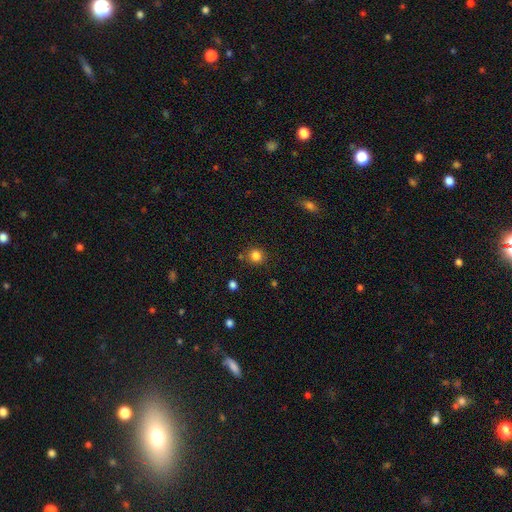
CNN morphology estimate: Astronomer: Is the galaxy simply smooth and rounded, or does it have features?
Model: smooth — 83%.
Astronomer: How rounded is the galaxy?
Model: round — 88%.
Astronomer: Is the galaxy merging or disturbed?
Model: none — 82%.